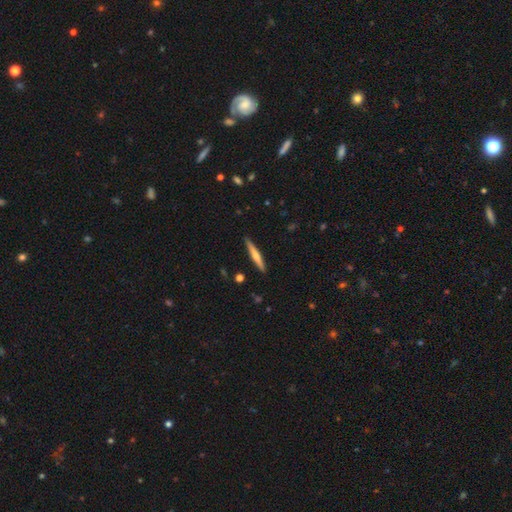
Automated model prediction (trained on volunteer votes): A featured or disk galaxy (48%).

Vote fractions:
- Smooth or featured? featured or disk: 48% / smooth: 47% / star or artifact: 6%
- Merging? none: 90% / minor disturbance: 7% / major disturbance: 1% / merger: 1%